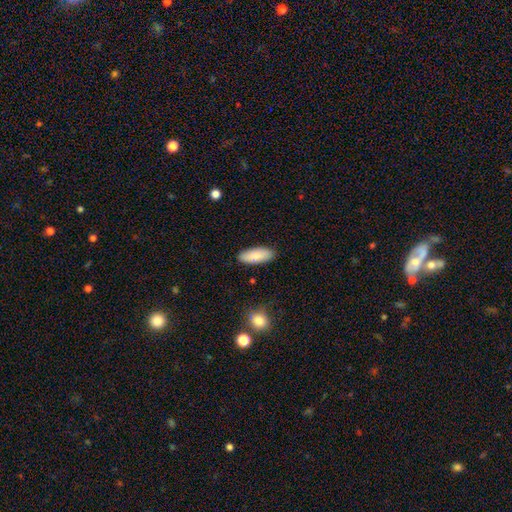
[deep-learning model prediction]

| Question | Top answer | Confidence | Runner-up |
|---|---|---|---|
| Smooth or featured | smooth | 85% | featured or disk (9%) |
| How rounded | in between | 78% | cigar-shaped (20%) |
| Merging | none | 87% | minor disturbance (10%) |